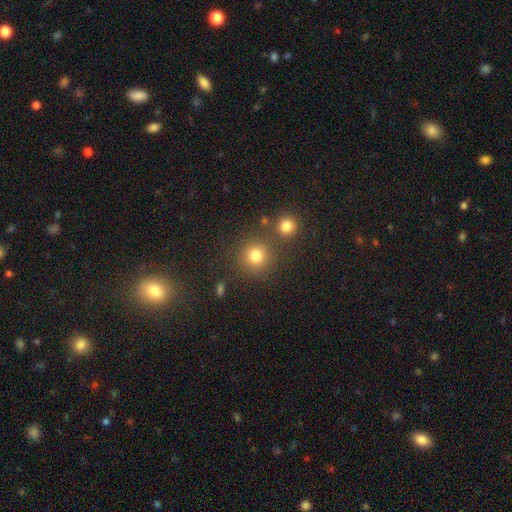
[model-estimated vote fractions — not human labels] Overall: smooth (79%). How rounded: round (91%). Merging: none (76%).